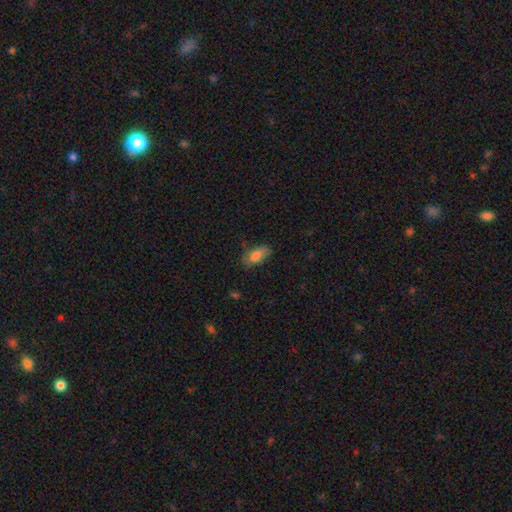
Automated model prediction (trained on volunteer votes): The model was most divided on "merging": none: 69%, minor disturbance: 23%, major disturbance: 6%, merger: 2%. More confident: how rounded — in between (88%); smooth or featured — smooth (80%).